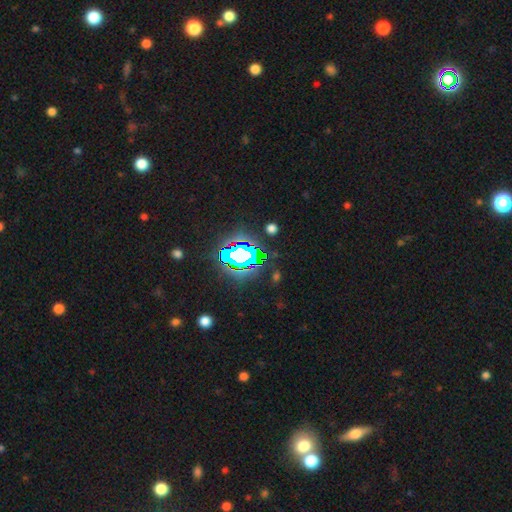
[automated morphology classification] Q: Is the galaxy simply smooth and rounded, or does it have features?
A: star or artifact — 81%.